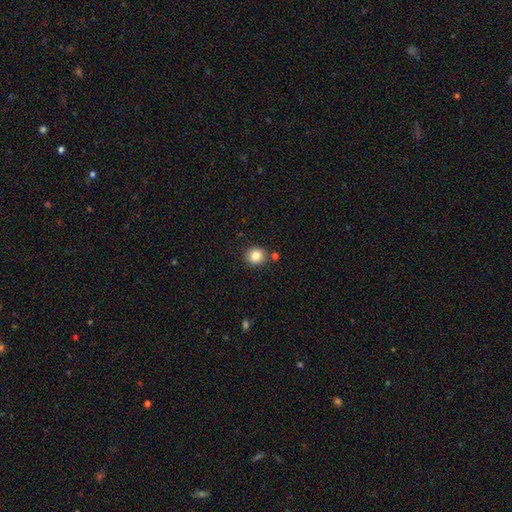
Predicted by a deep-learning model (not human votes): smooth-or-featured: smooth: 85% | star or artifact: 10% | featured or disk: 5%
  how-rounded: round: 87% | in between: 12% | cigar-shaped: 1%
  merging: none: 83% | minor disturbance: 8% | merger: 6% | major disturbance: 2%